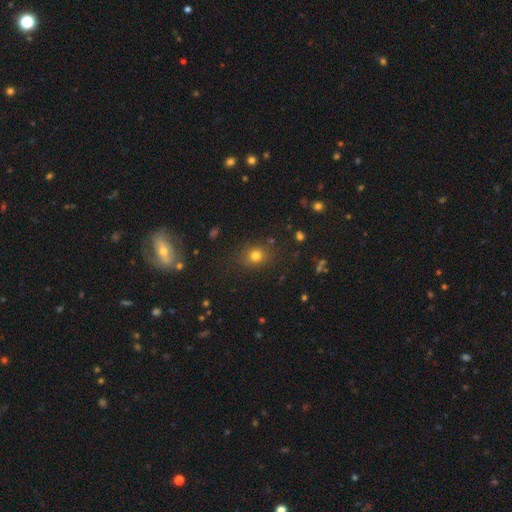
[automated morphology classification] This is likely a smooth galaxy (77%). How rounded: likely round (75%). Merging: clearly none (85%).